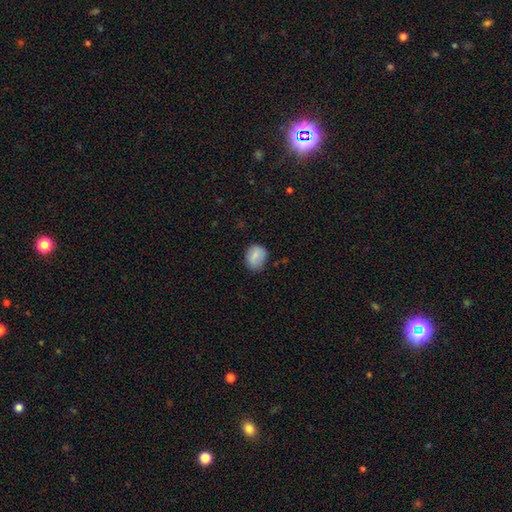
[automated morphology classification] Overall: smooth (81%). How rounded: round (58%; in between 41%). Merging: none (72%).